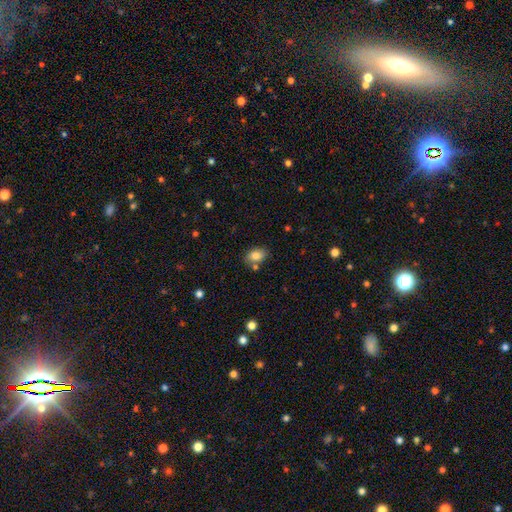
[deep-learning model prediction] Smooth or featured?
  - smooth: 83% *
  - star or artifact: 9%
  - featured or disk: 8%
How rounded?
  - in between: 80% *
  - round: 18%
  - cigar-shaped: 1%
Merging?
  - none: 71% *
  - minor disturbance: 15%
  - merger: 10%
  - major disturbance: 4%